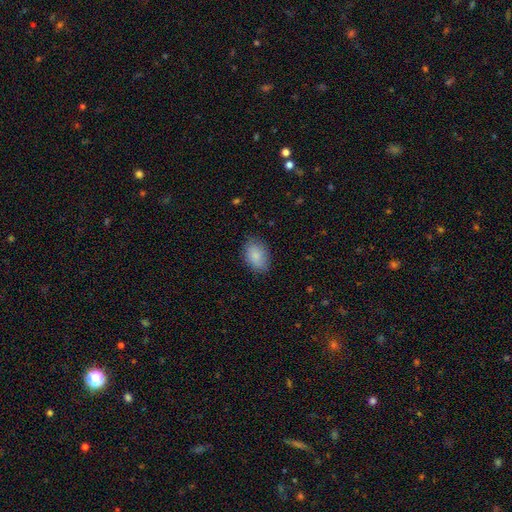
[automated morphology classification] smooth_or_featured: smooth (p=0.86) [alt: featured or disk p=0.07]
how_rounded: in between (p=0.87) [alt: round p=0.11]
merging: none (p=0.83) [alt: minor disturbance p=0.13]